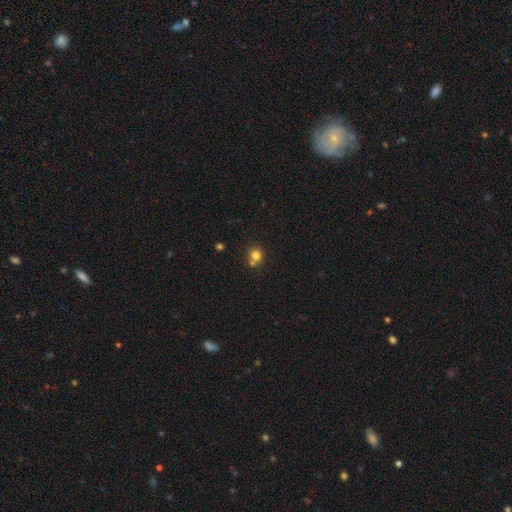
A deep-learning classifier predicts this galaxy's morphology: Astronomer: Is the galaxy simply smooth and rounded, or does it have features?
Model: smooth — 78%.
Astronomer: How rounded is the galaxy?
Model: round — 87%.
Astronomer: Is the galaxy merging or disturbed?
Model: none — 58%.